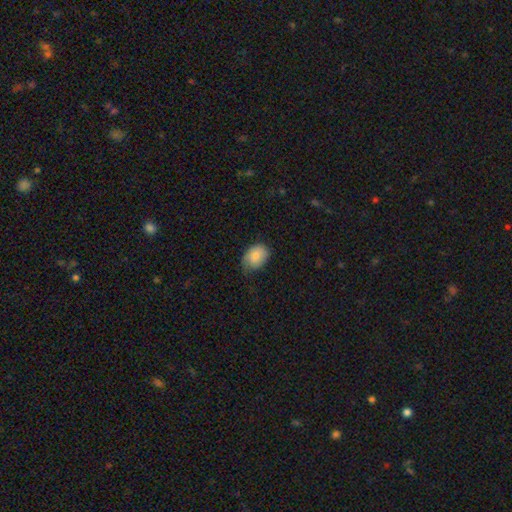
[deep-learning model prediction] Smooth or featured?
  - smooth: 83% *
  - featured or disk: 10%
  - star or artifact: 7%
How rounded?
  - in between: 72% *
  - round: 27%
  - cigar-shaped: 1%
Merging?
  - none: 61% *
  - minor disturbance: 31%
  - major disturbance: 7%
  - merger: 1%